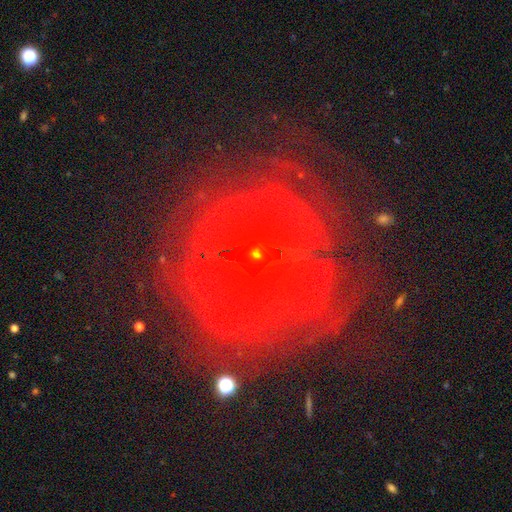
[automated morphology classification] featured or disk 59%, star or artifact 25%, smooth 16%. Down the decision tree: edge-on disk — no (94%); bar — no (76%); spiral arms — yes (60%); bulge size — small (51%); merging — none (63%).